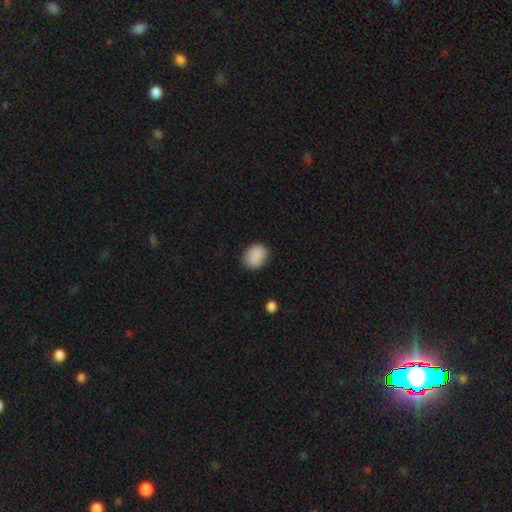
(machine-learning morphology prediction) Overall: smooth (89%). How rounded: in between (54%; round 45%). Merging: none (85%).